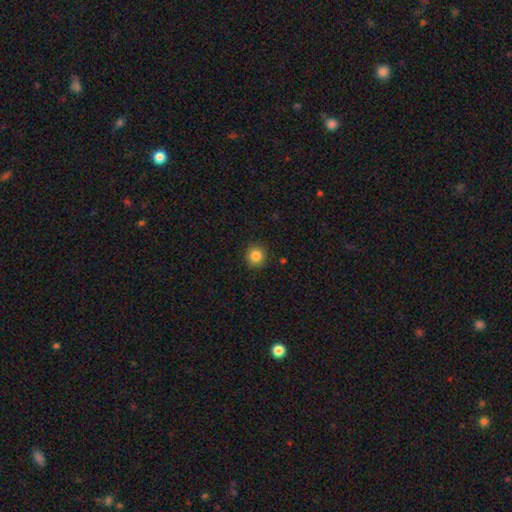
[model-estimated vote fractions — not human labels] Smooth or featured: smooth — 85% (star or artifact — 11%)
How rounded: round — 92% (in between — 7%)
Merging: none — 91% (minor disturbance — 6%)